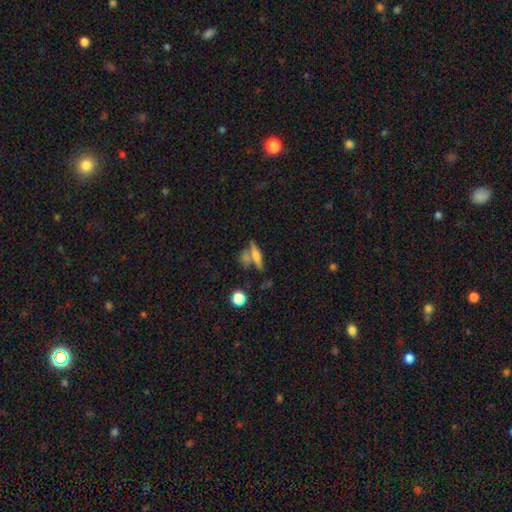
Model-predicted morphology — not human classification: type=featured or disk (45%); merging=none (57%).